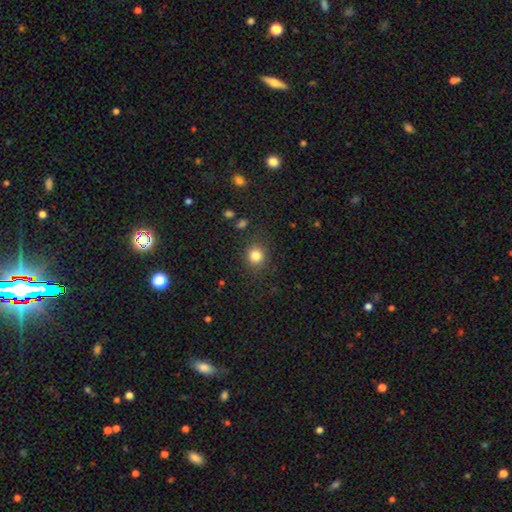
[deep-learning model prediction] Overall: smooth (83%). How rounded: round (87%). Merging: none (86%).